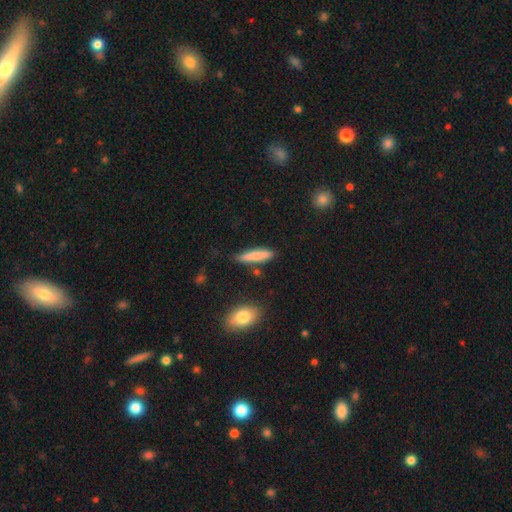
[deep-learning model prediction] smooth-or-featured: smooth: 81% | featured or disk: 12% | star or artifact: 6%
  how-rounded: cigar-shaped: 83% | in between: 15% | round: 2%
  merging: none: 77% | minor disturbance: 15% | merger: 4% | major disturbance: 3%